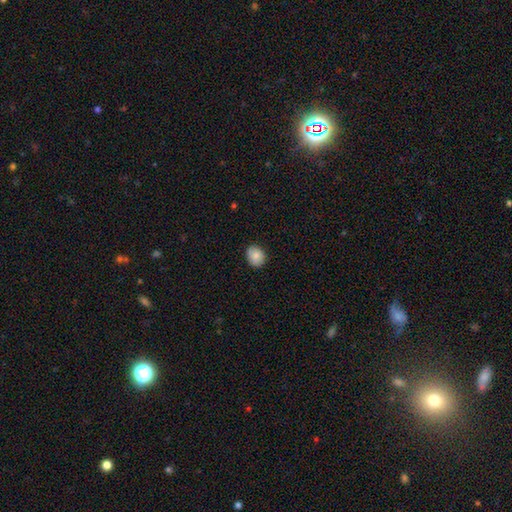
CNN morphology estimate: Smooth or featured? smooth (84%)
How rounded? round (53%)
Merging? none (83%)